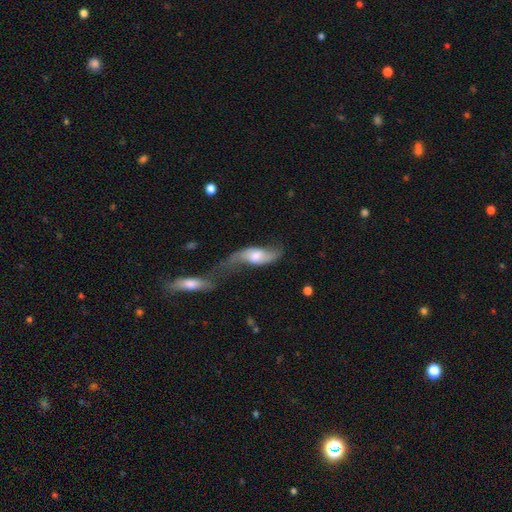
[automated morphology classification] Overall: featured or disk (63%; smooth 31%). Edge-on disk: no (82%). Bar: no (53%; weak 36%). Spiral arms: yes (85%). Bulge size: moderate (51%; large 23%). Merging: merger (35%; none 27%).